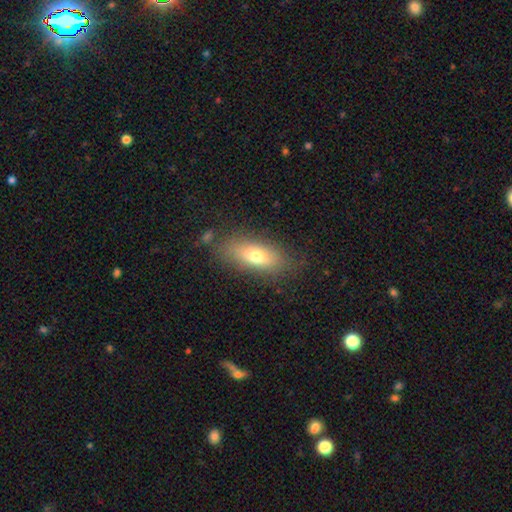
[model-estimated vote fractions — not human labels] Smooth or featured?
  - smooth: 70% *
  - featured or disk: 21%
  - star or artifact: 9%
How rounded?
  - in between: 75% *
  - cigar-shaped: 20%
  - round: 6%
Merging?
  - none: 78% *
  - minor disturbance: 14%
  - major disturbance: 5%
  - merger: 3%